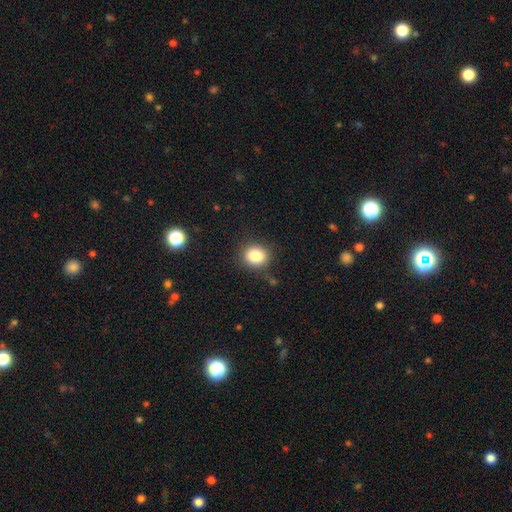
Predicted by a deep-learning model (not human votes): Smooth or featured?
  - smooth: 83% *
  - star or artifact: 11%
  - featured or disk: 6%
How rounded?
  - round: 70% *
  - in between: 29%
  - cigar-shaped: 1%
Merging?
  - none: 85% *
  - minor disturbance: 10%
  - major disturbance: 3%
  - merger: 2%